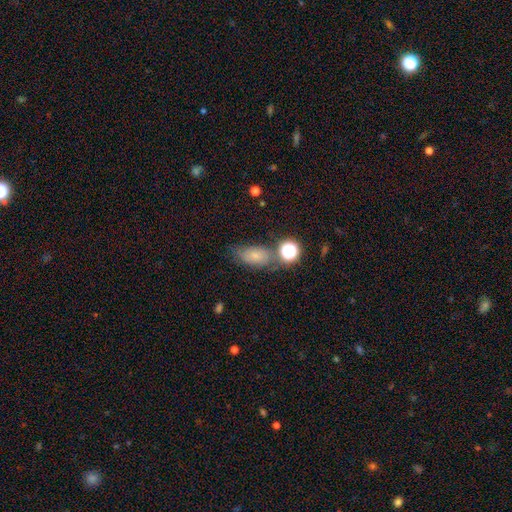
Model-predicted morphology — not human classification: Smooth or featured?
  - smooth: 68% *
  - featured or disk: 17%
  - star or artifact: 15%
How rounded?
  - in between: 82% *
  - round: 13%
  - cigar-shaped: 5%
Merging?
  - none: 58% *
  - minor disturbance: 22%
  - merger: 12%
  - major disturbance: 8%